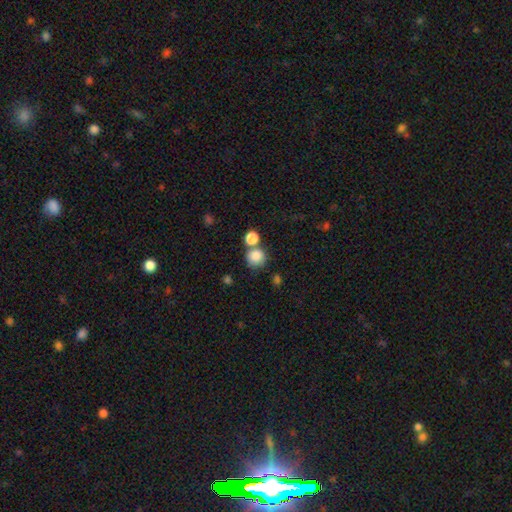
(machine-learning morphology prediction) Q: Smooth or featured?
A: smooth (83%); runner-up: star or artifact (10%)
Q: How rounded?
A: round (89%); runner-up: in between (10%)
Q: Merging?
A: none (59%); runner-up: merger (27%)